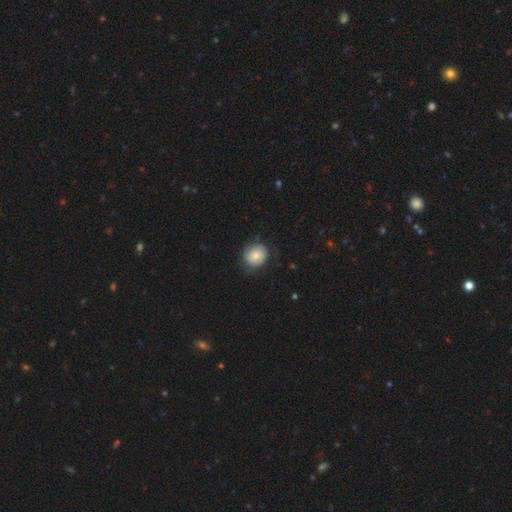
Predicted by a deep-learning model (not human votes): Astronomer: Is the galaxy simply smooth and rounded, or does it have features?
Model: smooth — 73%.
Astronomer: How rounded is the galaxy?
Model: round — 78%.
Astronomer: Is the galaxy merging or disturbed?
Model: none — 71%.